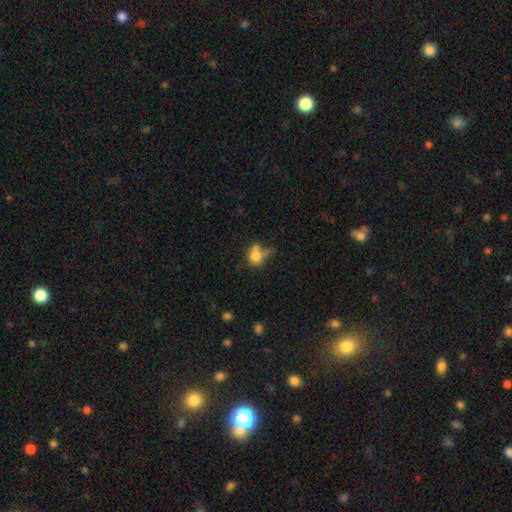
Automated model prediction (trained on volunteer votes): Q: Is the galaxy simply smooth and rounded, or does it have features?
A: smooth — 73%.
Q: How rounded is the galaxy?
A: round — 60%.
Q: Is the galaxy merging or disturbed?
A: none — 32%.